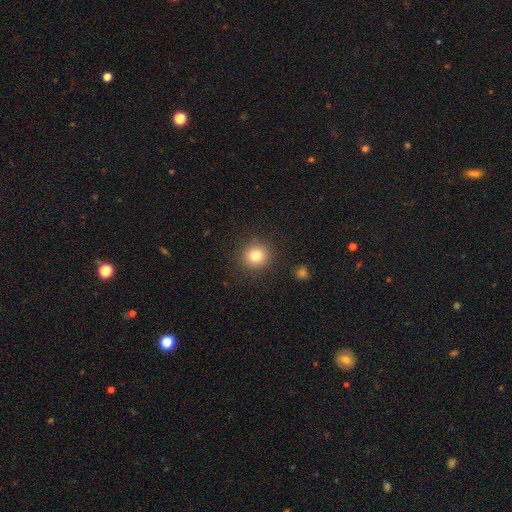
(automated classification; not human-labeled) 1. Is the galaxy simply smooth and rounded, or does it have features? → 79% smooth, 12% star or artifact, 9% featured or disk.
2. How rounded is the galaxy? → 92% round, 7% in between, 1% cigar-shaped.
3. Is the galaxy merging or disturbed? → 89% none, 7% minor disturbance, 3% major disturbance, 1% merger.